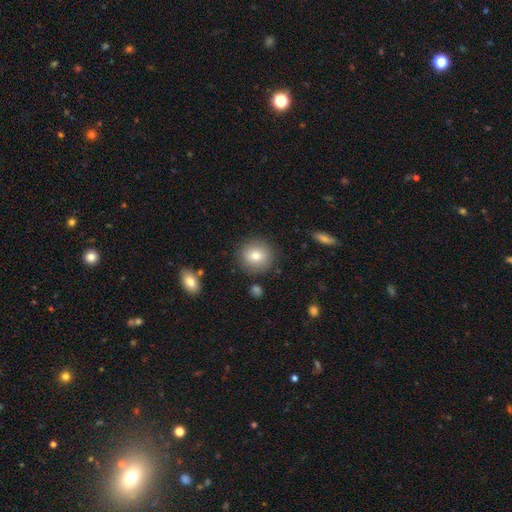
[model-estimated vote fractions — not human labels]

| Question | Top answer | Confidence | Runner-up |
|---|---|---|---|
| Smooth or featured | smooth | 76% | featured or disk (14%) |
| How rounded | round | 91% | in between (8%) |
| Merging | none | 87% | minor disturbance (8%) |